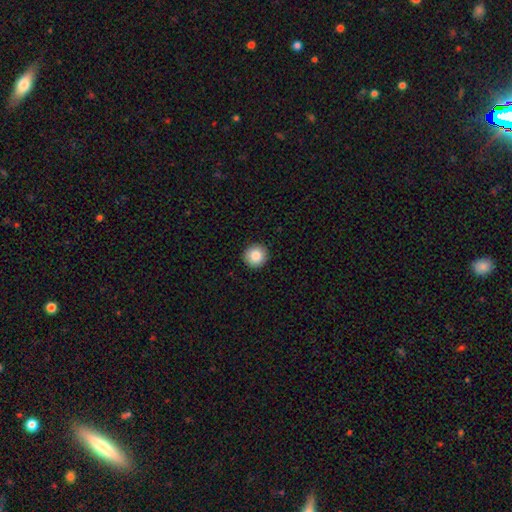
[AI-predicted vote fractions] Smooth or featured? smooth (86%)
How rounded? round (93%)
Merging? none (92%)